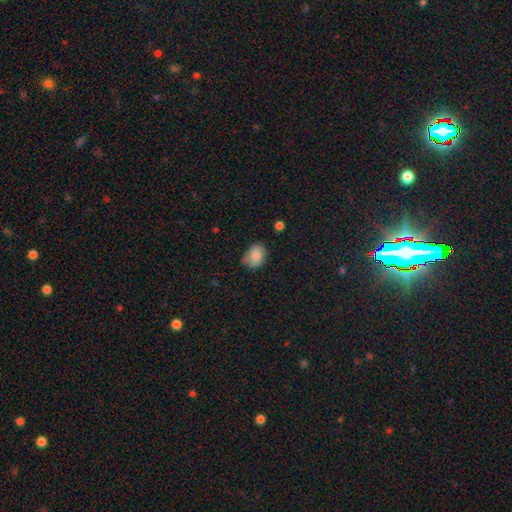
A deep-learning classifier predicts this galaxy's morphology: type=smooth (83%); roundness=in between (65%); merging=none (63%).